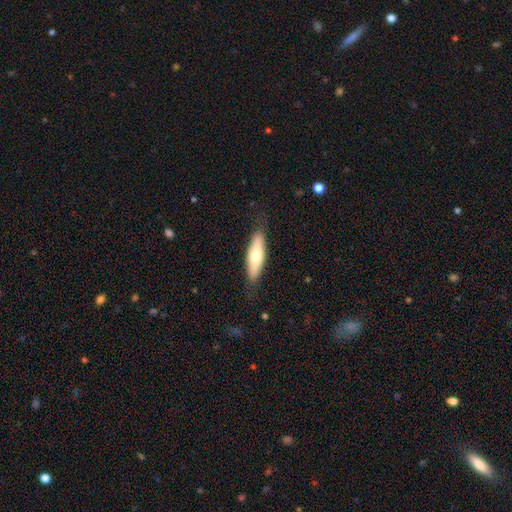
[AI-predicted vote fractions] This is likely a smooth galaxy (67%). How rounded: possibly cigar-shaped (57%). Merging: clearly none (81%).